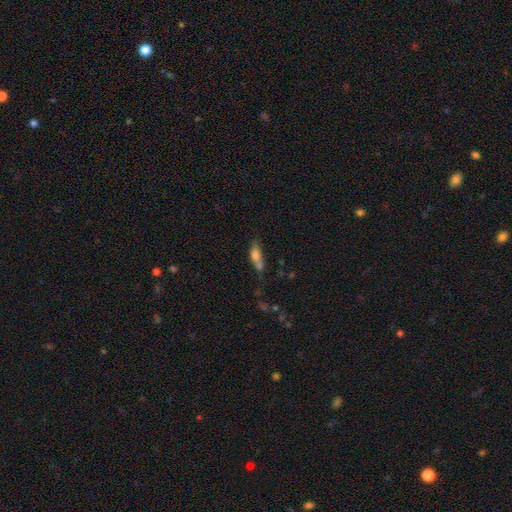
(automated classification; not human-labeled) Morphology: type=smooth (63%); roundness=in between (55%); merging=none (37%).